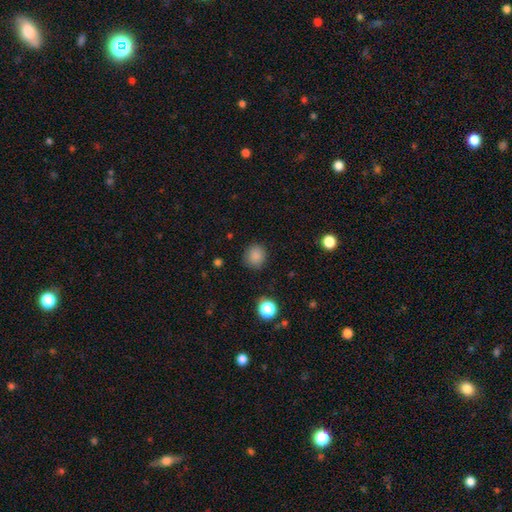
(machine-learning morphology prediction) Smooth or featured? smooth (85%)
How rounded? round (88%)
Merging? none (87%)